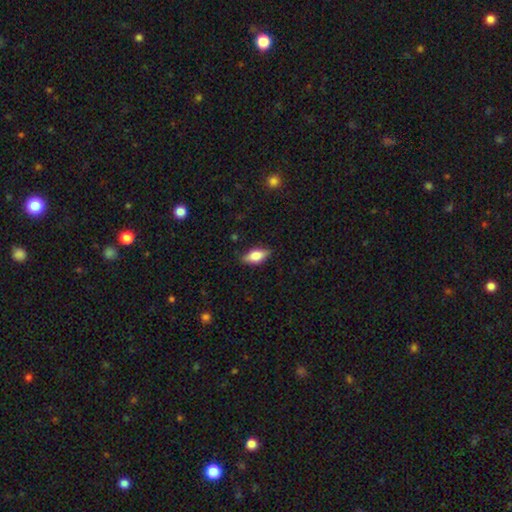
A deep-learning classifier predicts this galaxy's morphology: Smooth or featured: smooth — 60% (featured or disk — 33%)
How rounded: in between — 78% (cigar-shaped — 18%)
Merging: none — 84% (minor disturbance — 12%)